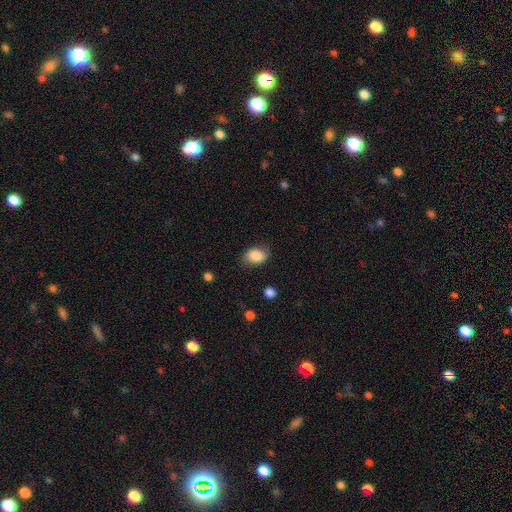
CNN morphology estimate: Smooth or featured?
  - smooth: 84% *
  - featured or disk: 9%
  - star or artifact: 8%
How rounded?
  - in between: 78% *
  - round: 20%
  - cigar-shaped: 1%
Merging?
  - none: 75% *
  - minor disturbance: 19%
  - major disturbance: 5%
  - merger: 1%